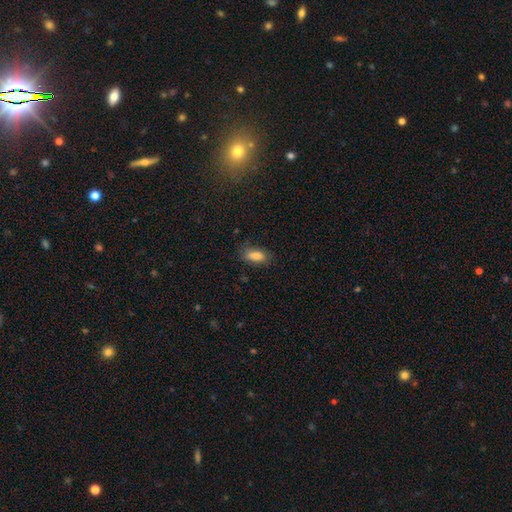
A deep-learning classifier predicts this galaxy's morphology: The model was most divided on "merging": none: 76%, minor disturbance: 18%, major disturbance: 5%, merger: 2%. More confident: smooth or featured — smooth (85%); how rounded — in between (81%).